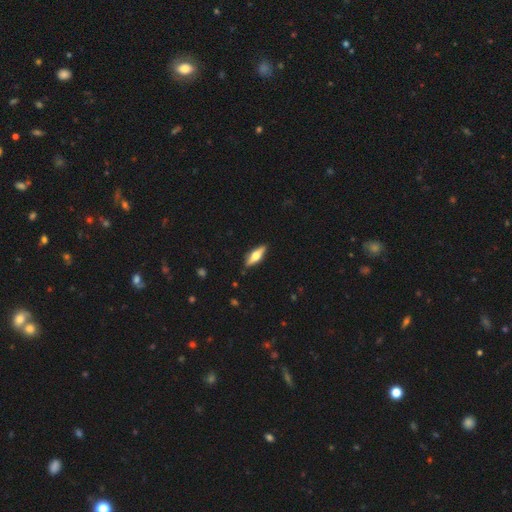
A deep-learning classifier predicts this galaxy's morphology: Overall: featured or disk (50%; smooth 44%). Edge-on disk: yes (92%). Merging: none (87%).